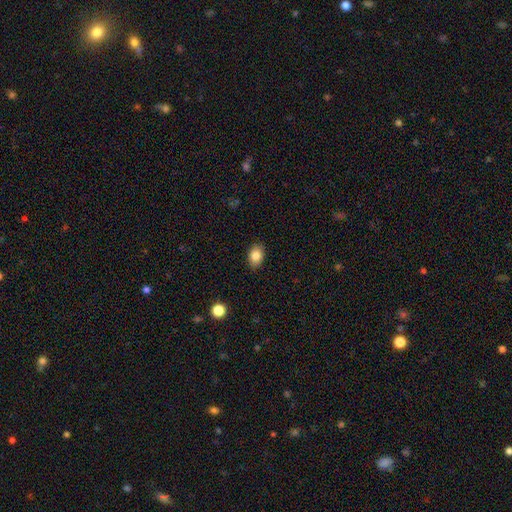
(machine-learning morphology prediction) Q: Smooth or featured?
A: smooth (85%); runner-up: star or artifact (9%)
Q: How rounded?
A: in between (79%); runner-up: round (20%)
Q: Merging?
A: none (87%); runner-up: minor disturbance (10%)